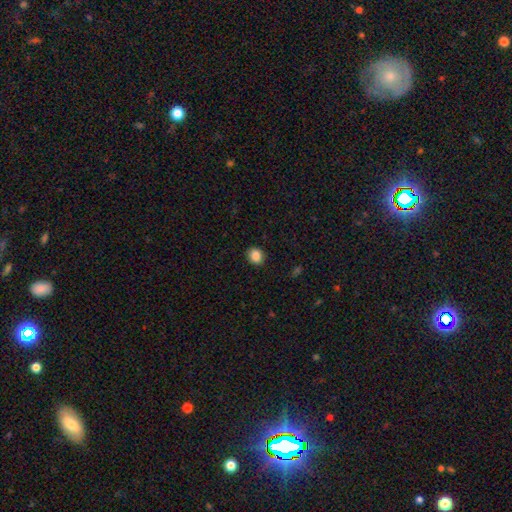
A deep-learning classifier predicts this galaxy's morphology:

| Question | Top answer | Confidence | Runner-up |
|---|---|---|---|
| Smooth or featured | smooth | 87% | star or artifact (9%) |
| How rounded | round | 65% | in between (34%) |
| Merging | none | 90% | minor disturbance (7%) |